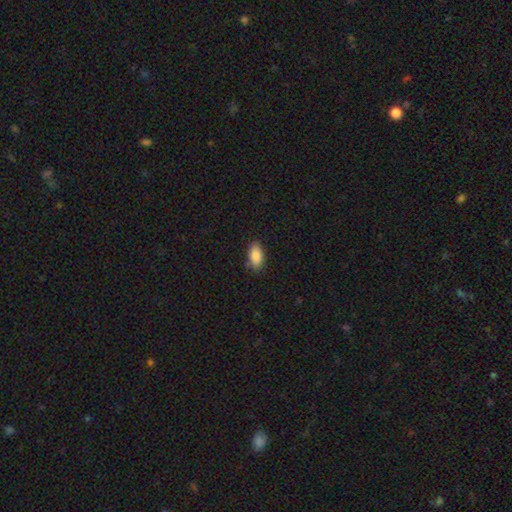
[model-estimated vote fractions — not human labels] Smooth or featured? smooth (88%)
How rounded? in between (91%)
Merging? none (83%)